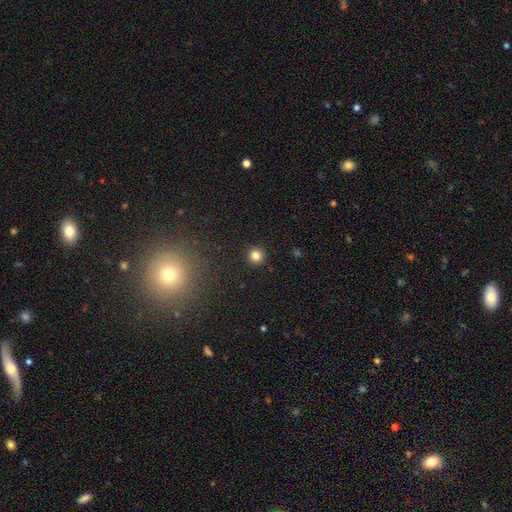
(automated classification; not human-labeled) A smooth galaxy with no disk features (82%) that is round (95%).

Vote fractions:
- Smooth or featured? smooth: 82% / star or artifact: 13% / featured or disk: 5%
- How rounded? round: 95% / in between: 4% / cigar-shaped: 1%
- Merging? none: 93% / minor disturbance: 4% / major disturbance: 2% / merger: 1%